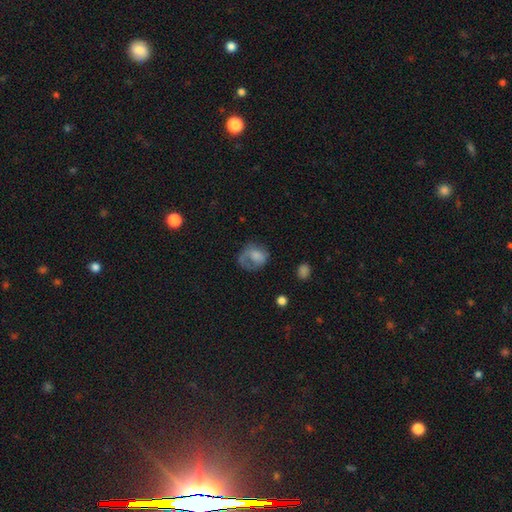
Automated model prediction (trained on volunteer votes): smooth-or-featured: smooth: 56% | featured or disk: 35% | star or artifact: 10%
  how-rounded: round: 55% | in between: 44% | cigar-shaped: 1%
  merging: major disturbance: 37% | none: 36% | minor disturbance: 24% | merger: 2%